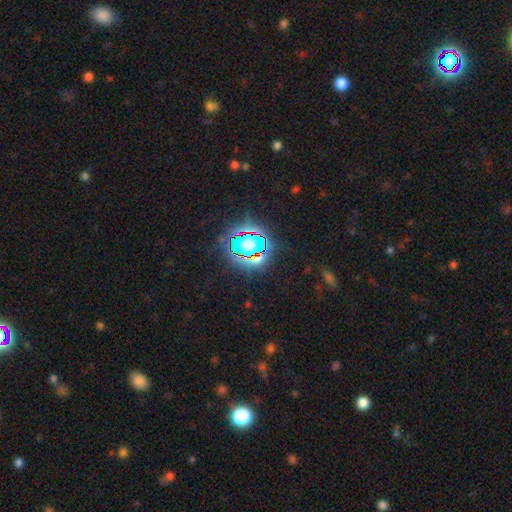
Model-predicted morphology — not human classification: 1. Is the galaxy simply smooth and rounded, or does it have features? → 68% star or artifact, 21% smooth, 12% featured or disk.